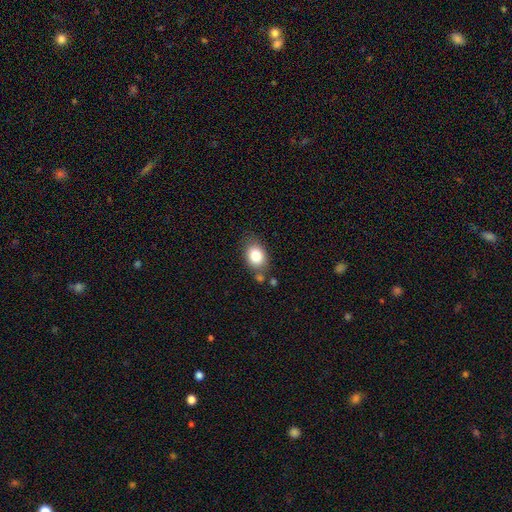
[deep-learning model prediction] Overall: smooth (82%). How rounded: in between (69%; round 29%). Merging: none (68%).